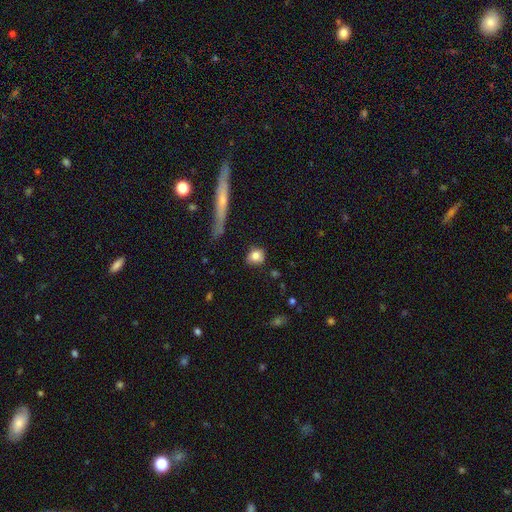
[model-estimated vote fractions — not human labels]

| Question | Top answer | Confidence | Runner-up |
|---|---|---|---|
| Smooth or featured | smooth | 79% | featured or disk (12%) |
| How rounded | round | 65% | in between (32%) |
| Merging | none | 76% | minor disturbance (16%) |